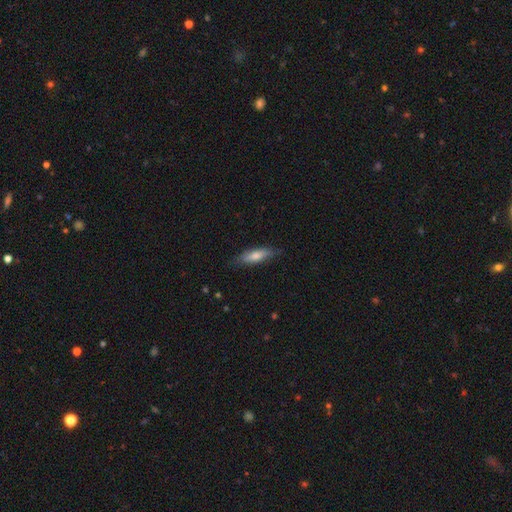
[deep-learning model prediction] Smooth or featured? smooth (70%)
How rounded? cigar-shaped (58%)
Merging? none (77%)